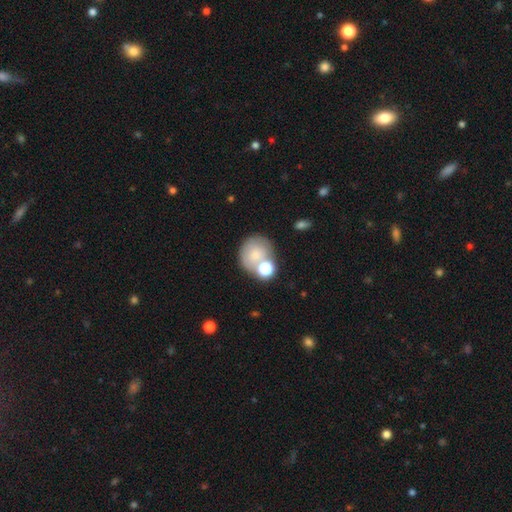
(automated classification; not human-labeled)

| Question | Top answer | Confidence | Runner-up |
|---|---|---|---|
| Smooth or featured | smooth | 71% | featured or disk (18%) |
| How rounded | round | 75% | in between (24%) |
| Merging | none | 49% | merger (28%) |